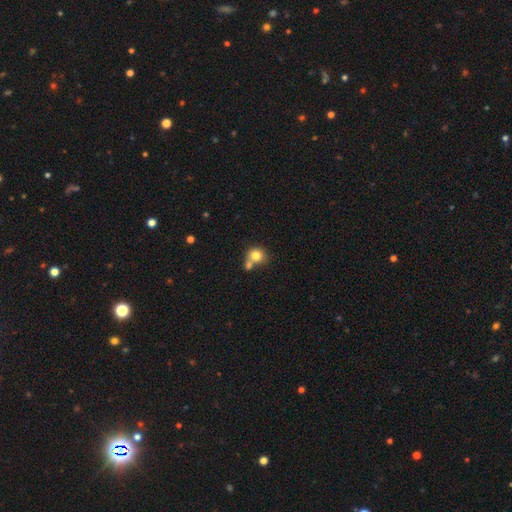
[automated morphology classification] A smooth galaxy with no disk features (79%) that is round (80%).

Vote fractions:
- Smooth or featured? smooth: 79% / featured or disk: 11% / star or artifact: 10%
- How rounded? round: 80% / in between: 19% / cigar-shaped: 1%
- Merging? none: 44% / merger: 42% / minor disturbance: 10% / major disturbance: 4%